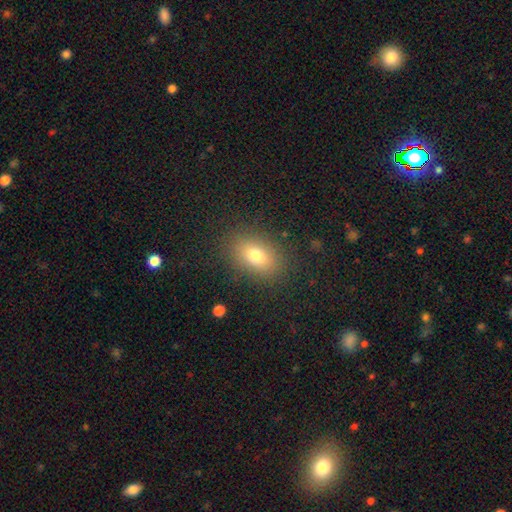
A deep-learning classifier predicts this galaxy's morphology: Smooth or featured: smooth — 75% (featured or disk — 13%)
How rounded: in between — 74% (round — 24%)
Merging: none — 85% (minor disturbance — 10%)